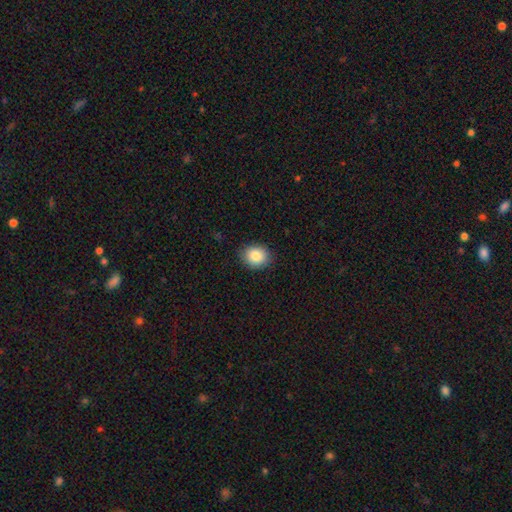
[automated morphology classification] This appears to be a smooth galaxy with no disk features (85%) that is round (62%). Merging: none (86%).